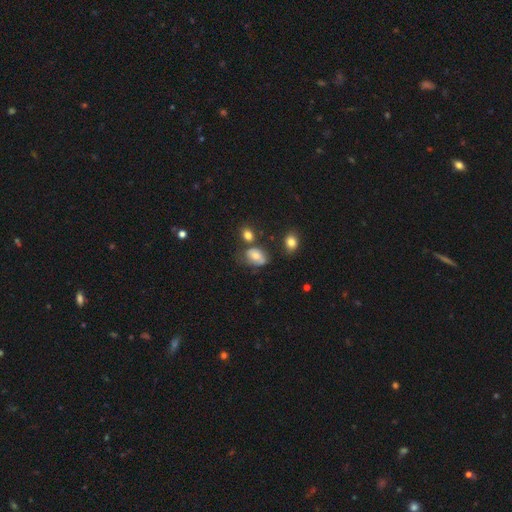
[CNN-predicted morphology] smooth 67%, featured or disk 22%, star or artifact 10%. Down the decision tree: how rounded — in between (80%); merging — none (43%).